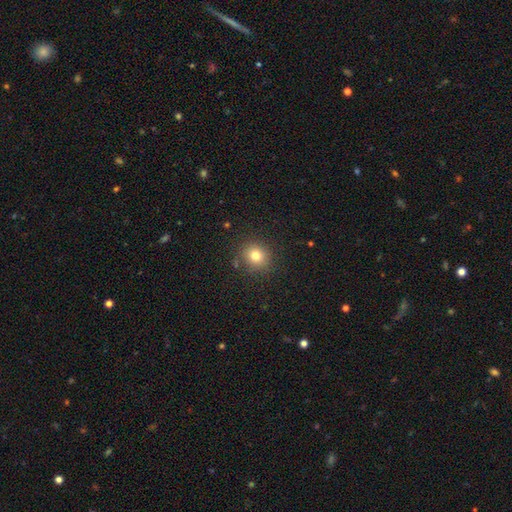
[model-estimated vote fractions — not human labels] The model was most divided on "smooth or featured": smooth: 77%, star or artifact: 14%, featured or disk: 8%. More confident: how rounded — round (88%); merging — none (86%).